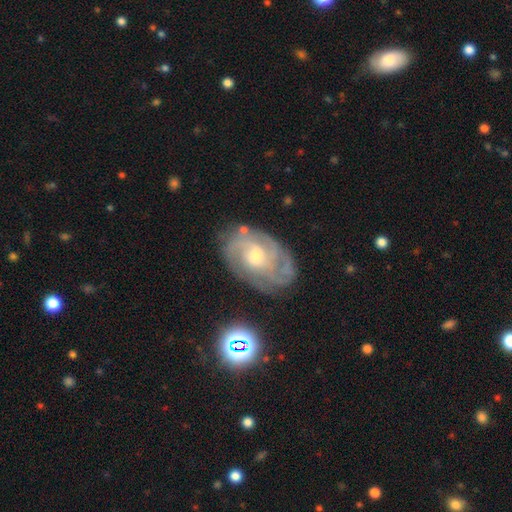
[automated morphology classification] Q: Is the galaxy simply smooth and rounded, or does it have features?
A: featured or disk — 82%.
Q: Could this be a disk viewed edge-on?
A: no — 96%.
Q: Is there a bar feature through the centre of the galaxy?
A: no — 62%.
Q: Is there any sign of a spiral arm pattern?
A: yes — 94%.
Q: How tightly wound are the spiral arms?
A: tight — 62%.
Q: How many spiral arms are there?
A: can't tell — 38%.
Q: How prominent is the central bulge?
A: moderate — 59%.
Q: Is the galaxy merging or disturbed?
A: none — 75%.